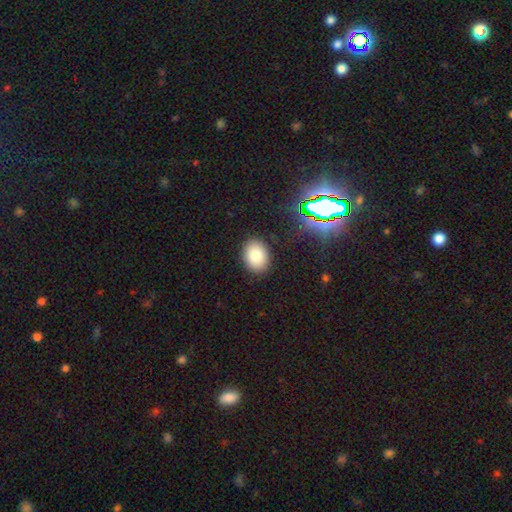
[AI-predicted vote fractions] Q: Smooth or featured?
A: smooth (81%); runner-up: star or artifact (11%)
Q: How rounded?
A: in between (65%); runner-up: round (34%)
Q: Merging?
A: none (89%); runner-up: minor disturbance (8%)